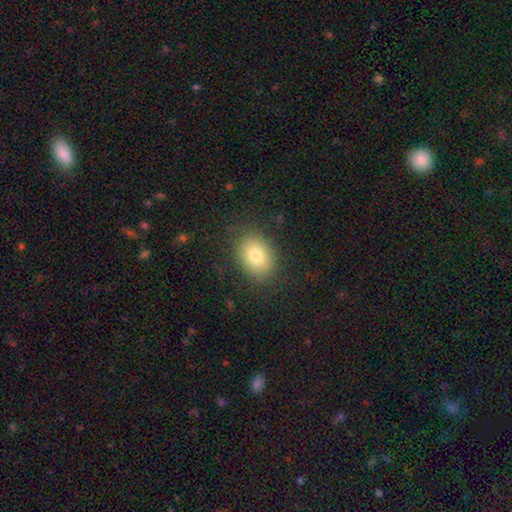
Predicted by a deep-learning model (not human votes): Q: Smooth or featured?
A: smooth (80%); runner-up: featured or disk (11%)
Q: How rounded?
A: in between (62%); runner-up: round (37%)
Q: Merging?
A: none (84%); runner-up: minor disturbance (11%)